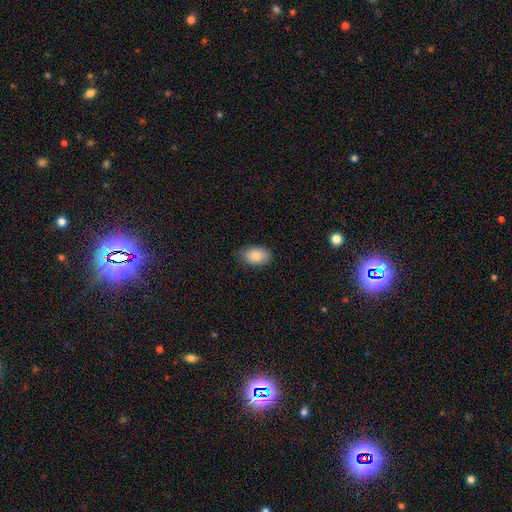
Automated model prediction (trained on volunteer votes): Smooth or featured?
  - smooth: 86% *
  - featured or disk: 7%
  - star or artifact: 7%
How rounded?
  - in between: 91% *
  - round: 7%
  - cigar-shaped: 1%
Merging?
  - none: 81% *
  - minor disturbance: 15%
  - major disturbance: 3%
  - merger: 1%